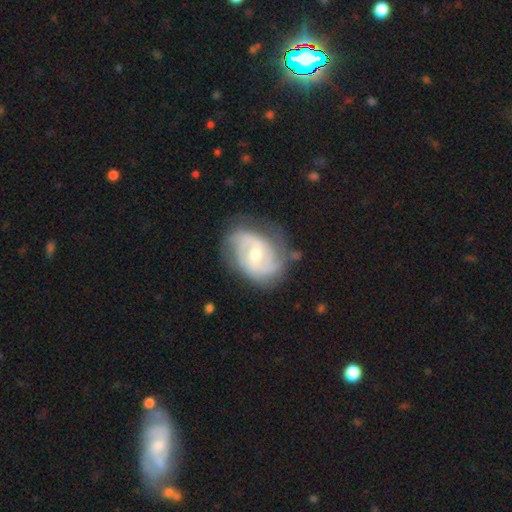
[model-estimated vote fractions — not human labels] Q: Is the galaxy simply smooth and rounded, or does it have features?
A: featured or disk — 82%.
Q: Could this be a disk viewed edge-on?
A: no — 97%.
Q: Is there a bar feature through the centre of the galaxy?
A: weak — 48%.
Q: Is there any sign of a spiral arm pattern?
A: yes — 94%.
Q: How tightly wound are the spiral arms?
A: medium — 43%.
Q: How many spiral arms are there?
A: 2 — 61%.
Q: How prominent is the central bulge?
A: moderate — 58%.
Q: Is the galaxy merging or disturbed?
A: none — 71%.